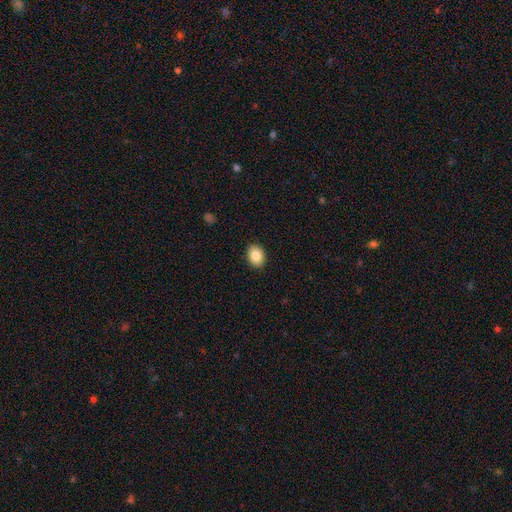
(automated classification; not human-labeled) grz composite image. It shows a smooth galaxy with no disk features (85%) that is in between round and cigar-shaped (64%). Merging: none (90%).